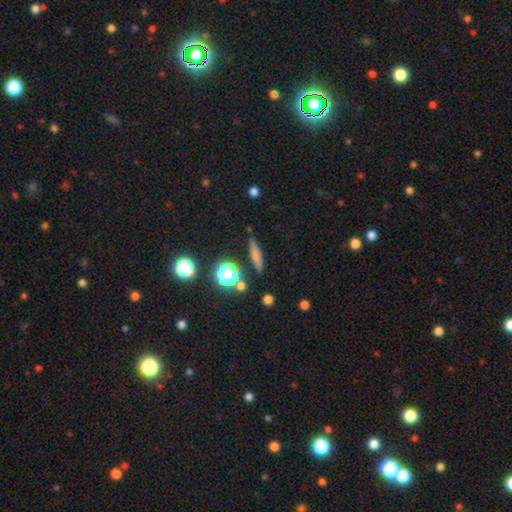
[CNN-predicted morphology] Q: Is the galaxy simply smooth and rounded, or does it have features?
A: smooth — 65%.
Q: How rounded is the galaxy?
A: cigar-shaped — 78%.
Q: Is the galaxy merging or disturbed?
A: none — 84%.